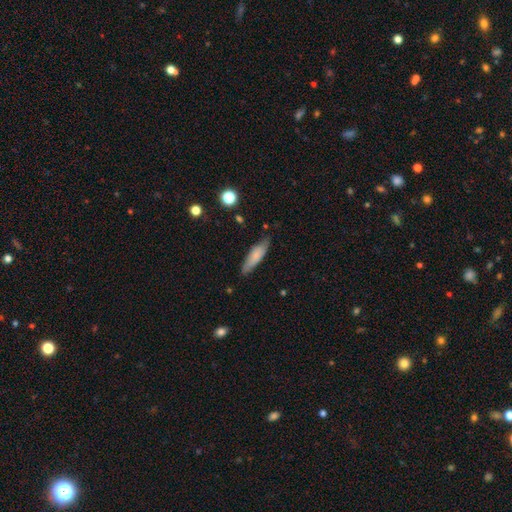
Smooth or featured? 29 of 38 (76%) said smooth. How rounded? 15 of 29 (52%) said cigar-shaped. Merging? 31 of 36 (86%) said none.